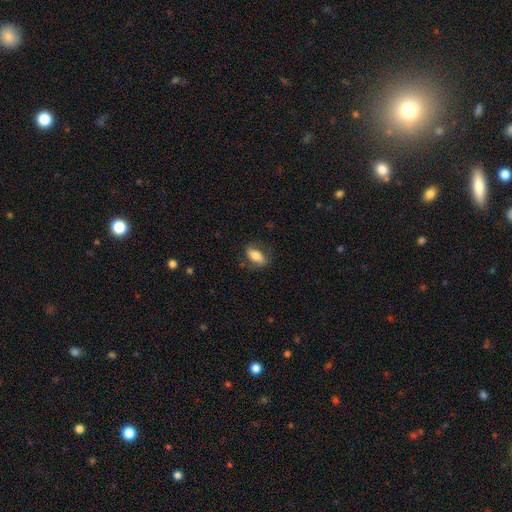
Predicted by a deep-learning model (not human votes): smooth 75%, featured or disk 18%, star or artifact 7%. Down the decision tree: how rounded — in between (84%); merging — none (75%).